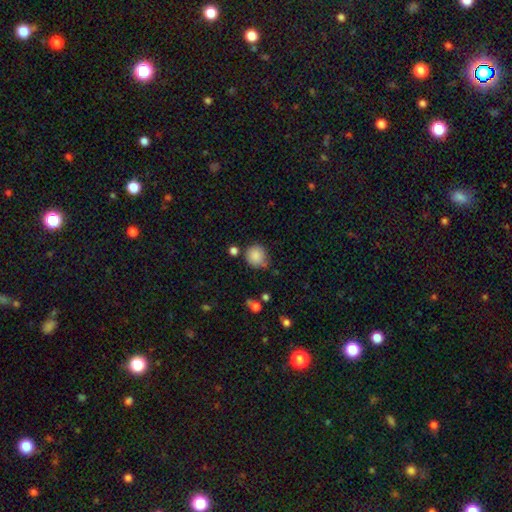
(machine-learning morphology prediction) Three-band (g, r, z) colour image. It shows a smooth galaxy with no disk features (86%) that is round (89%). Merging: none (73%).